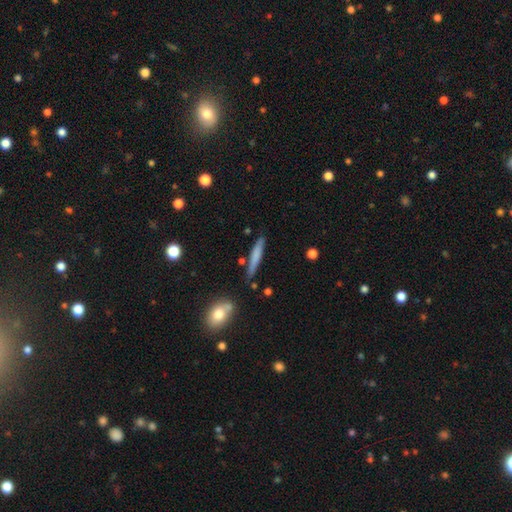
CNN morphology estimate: Smooth or featured? smooth (66%)
How rounded? cigar-shaped (93%)
Merging? none (81%)